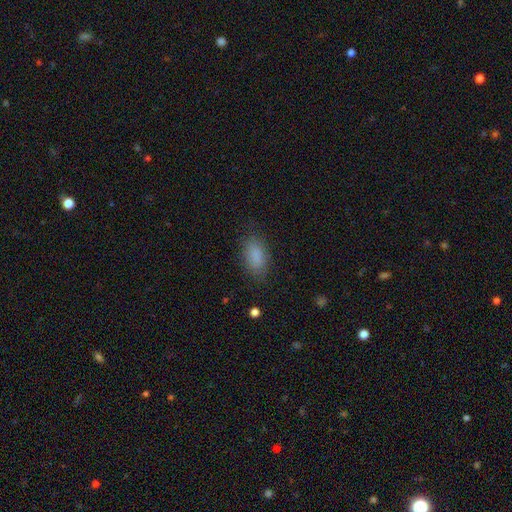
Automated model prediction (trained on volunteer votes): This is clearly a smooth galaxy (87%). How rounded: clearly in between (90%). Merging: clearly none (82%).